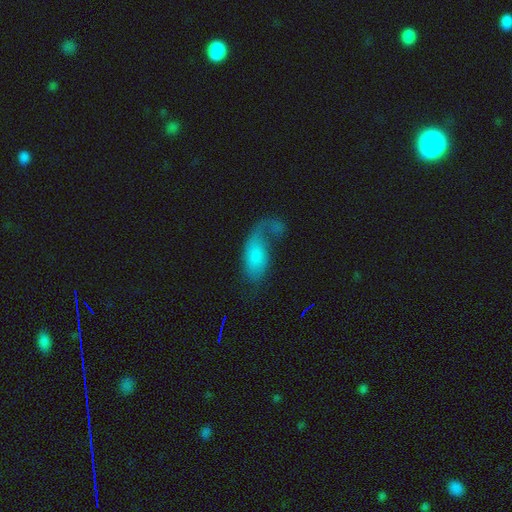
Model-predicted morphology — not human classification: Smooth or featured? Predicted: smooth (p=0.50). How rounded? Predicted: in between (p=0.88). Merging? Predicted: major disturbance (p=0.44).